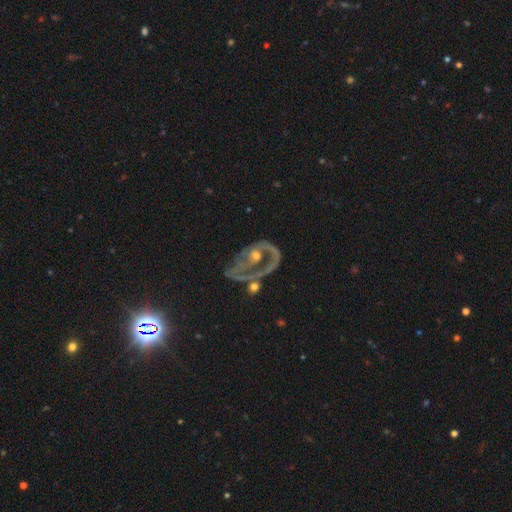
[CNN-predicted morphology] This appears to be a featured or disk galaxy (79%) with no bar (70%), 1 (39%) medium (39%) spiral arms (68%) and a moderate central bulge (51%). Merging: major disturbance (38%).